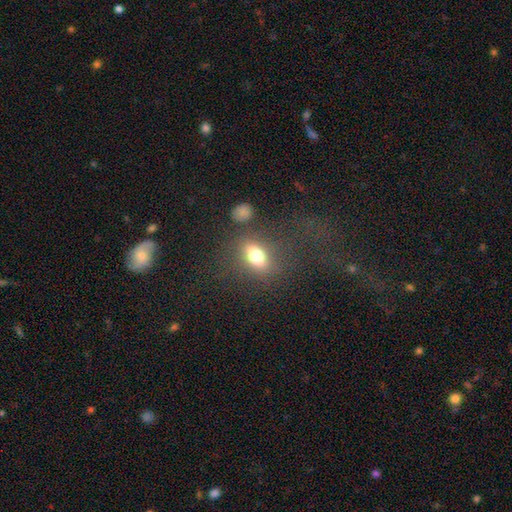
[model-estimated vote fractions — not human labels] Smooth or featured? Predicted: smooth (p=0.73). How rounded? Predicted: in between (p=0.73). Merging? Predicted: none (p=0.73).